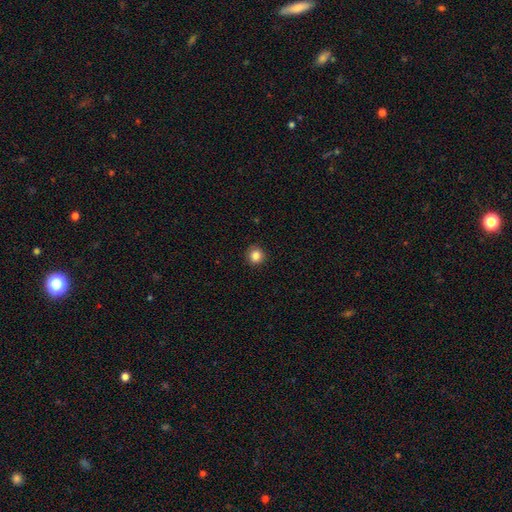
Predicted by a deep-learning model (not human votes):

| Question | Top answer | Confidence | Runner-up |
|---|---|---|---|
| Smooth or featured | smooth | 85% | star or artifact (10%) |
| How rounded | round | 90% | in between (9%) |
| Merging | none | 90% | minor disturbance (7%) |